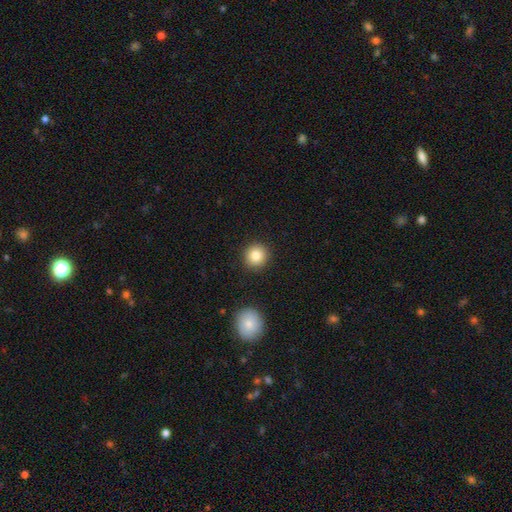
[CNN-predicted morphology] The model was most divided on "smooth or featured": smooth: 84%, star or artifact: 9%, featured or disk: 7%. More confident: how rounded — round (93%); merging — none (91%).